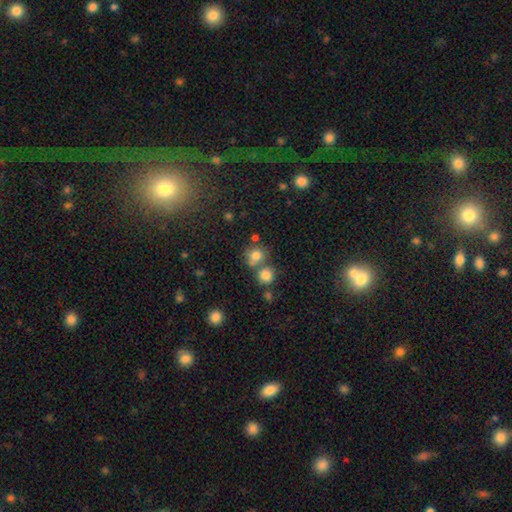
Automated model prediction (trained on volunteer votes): Overall: smooth (77%). How rounded: round (81%). Merging: none (55%; merger 31%).